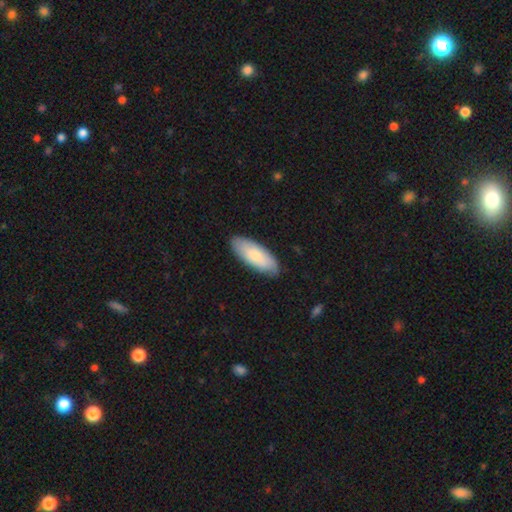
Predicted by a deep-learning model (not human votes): A smooth galaxy with no disk features (74%) that is in between round and cigar-shaped (77%). Merging: none (84%).